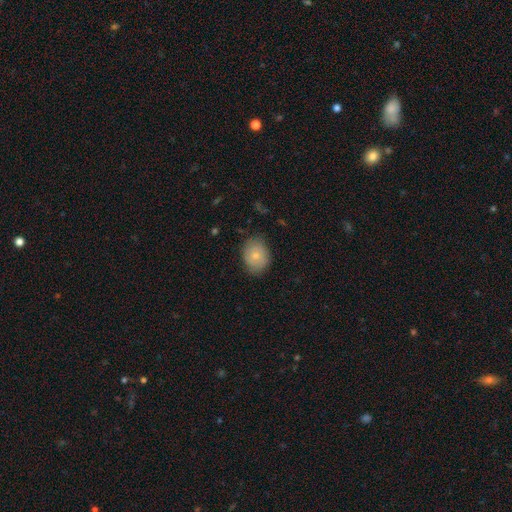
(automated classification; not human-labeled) A smooth galaxy with no disk features (71%) that is in between round and cigar-shaped (54%). Merging: none (75%).